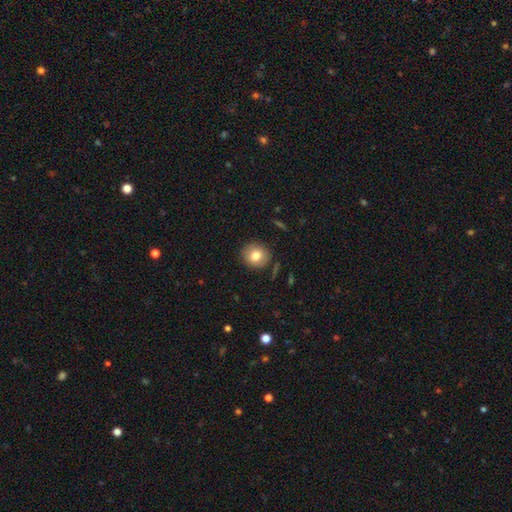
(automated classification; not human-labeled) Smooth or featured? smooth (79%)
How rounded? round (84%)
Merging? none (88%)